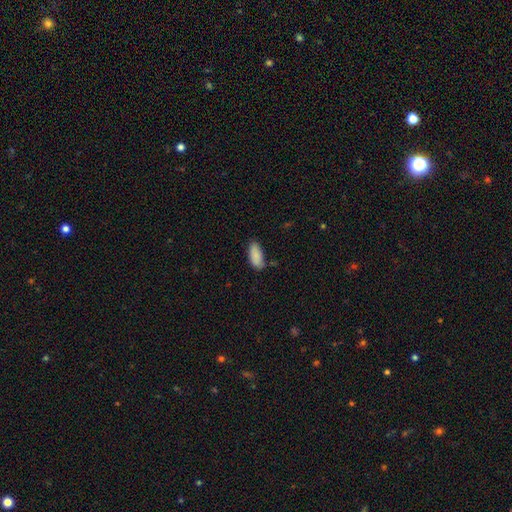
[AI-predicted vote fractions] Smooth or featured? smooth (89%)
How rounded? in between (87%)
Merging? none (74%)